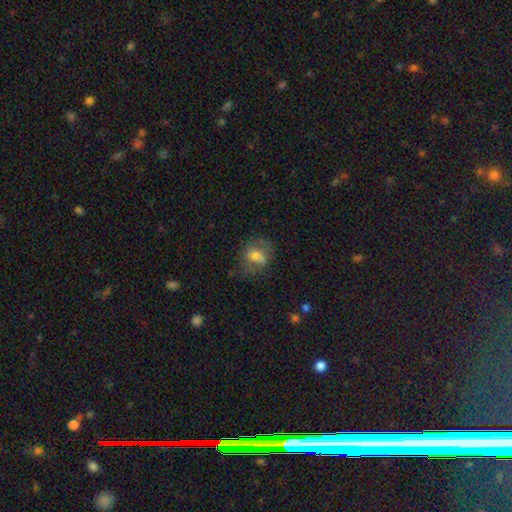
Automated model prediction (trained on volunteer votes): Smooth or featured? Predicted: smooth (p=0.54). How rounded? Predicted: round (p=0.61). Merging? Predicted: none (p=0.56).